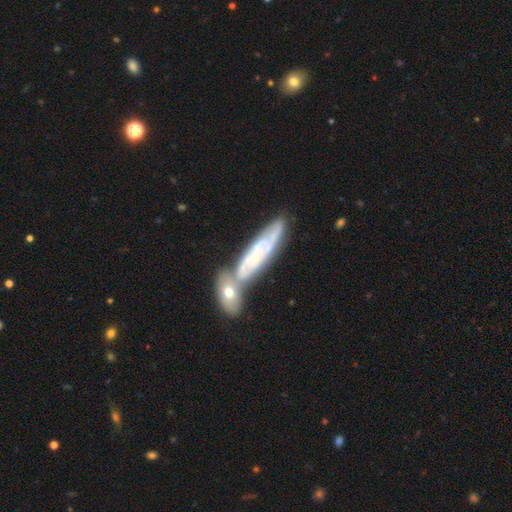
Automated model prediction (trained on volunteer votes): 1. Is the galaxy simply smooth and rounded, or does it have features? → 69% featured or disk, 24% smooth, 7% star or artifact.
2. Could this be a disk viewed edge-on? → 67% no, 33% yes.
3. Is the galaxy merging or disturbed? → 42% none, 40% merger, 13% minor disturbance, 4% major disturbance.